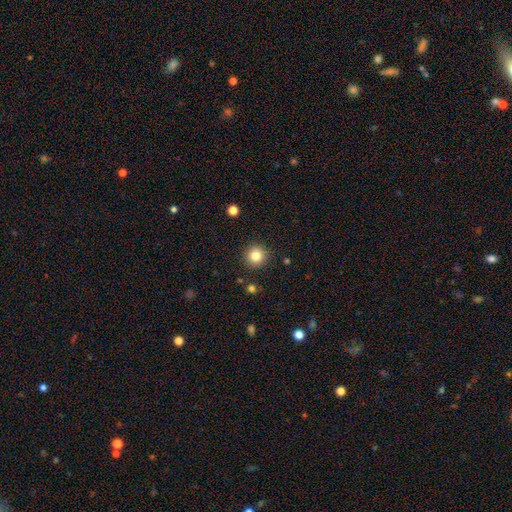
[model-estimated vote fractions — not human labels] Q: Smooth or featured?
A: smooth (83%); runner-up: star or artifact (11%)
Q: How rounded?
A: round (94%); runner-up: in between (5%)
Q: Merging?
A: none (90%); runner-up: minor disturbance (6%)